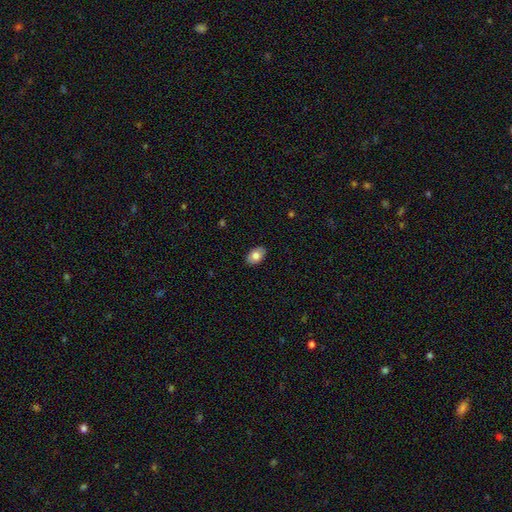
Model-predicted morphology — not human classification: The model was most divided on "smooth or featured": smooth: 77%, featured or disk: 16%, star or artifact: 7%. More confident: how rounded — in between (90%); merging — none (87%).